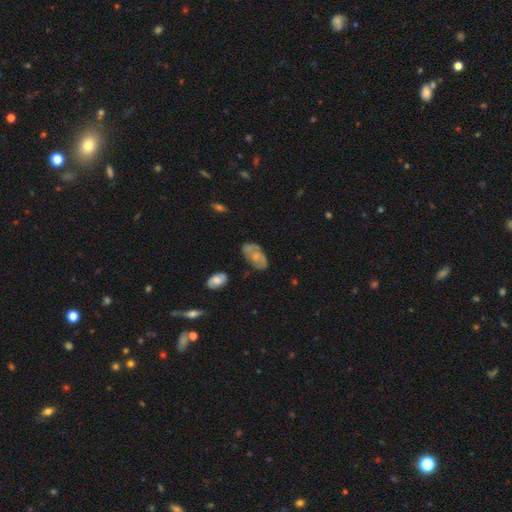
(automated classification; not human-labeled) This is possibly a featured or disk galaxy (51%). It is clearly not viewed edge-on (95%). Merging: possibly none (59%).